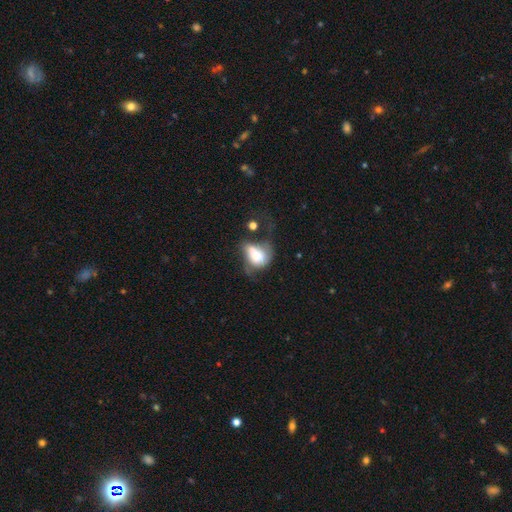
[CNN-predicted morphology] smooth_or_featured: smooth (p=0.55) [alt: featured or disk p=0.36]
how_rounded: in between (p=0.70) [alt: round p=0.28]
merging: major disturbance (p=0.43) [alt: minor disturbance p=0.20]